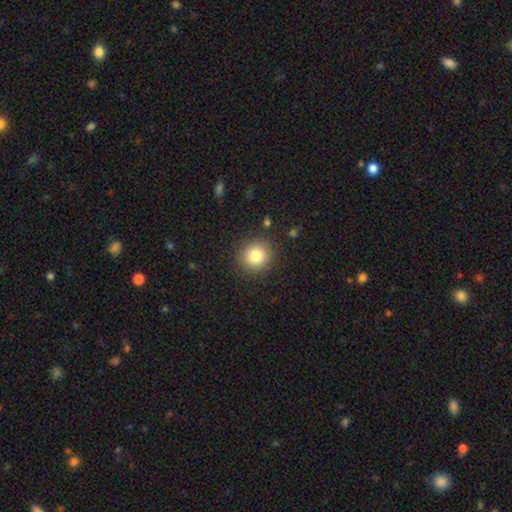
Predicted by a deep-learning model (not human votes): This appears to be a smooth galaxy with no disk features (82%) that is round (90%). Merging: none (89%).